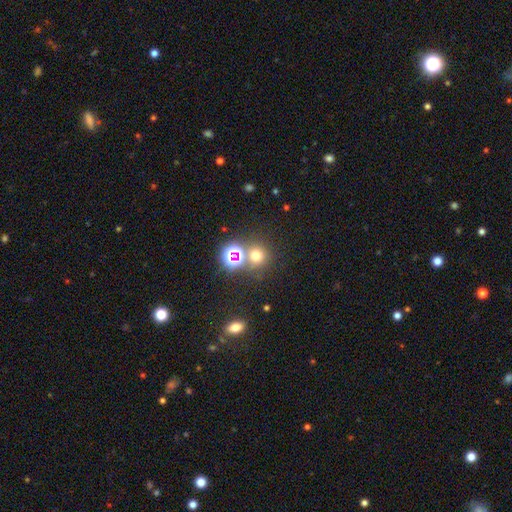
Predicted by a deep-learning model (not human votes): A smooth galaxy with no disk features (61%) that is round (90%).

Vote fractions:
- Smooth or featured? smooth: 61% / star or artifact: 32% / featured or disk: 7%
- How rounded? round: 90% / in between: 9% / cigar-shaped: 1%
- Merging? none: 72% / merger: 17% / minor disturbance: 8% / major disturbance: 4%